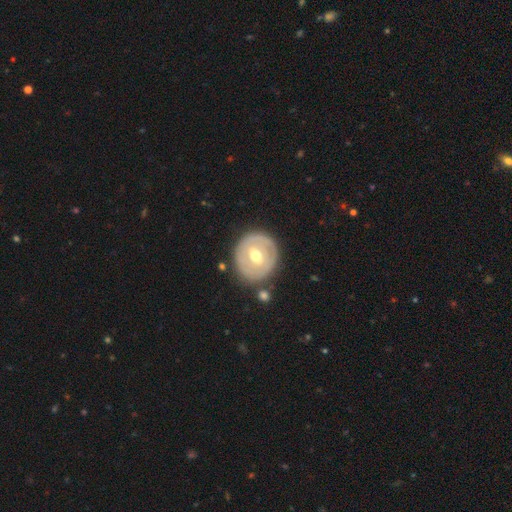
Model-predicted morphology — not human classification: Smooth or featured? featured or disk (62%)
Edge-on disk? no (95%)
Bar? weak (47%)
Spiral arms? no (63%)
Bulge size? moderate (75%)
Merging? none (80%)